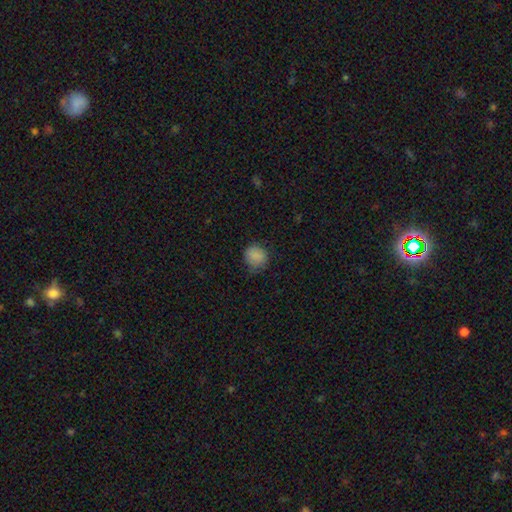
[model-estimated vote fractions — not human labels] A smooth galaxy with no disk features (86%) that is round (81%). Merging: none (69%).